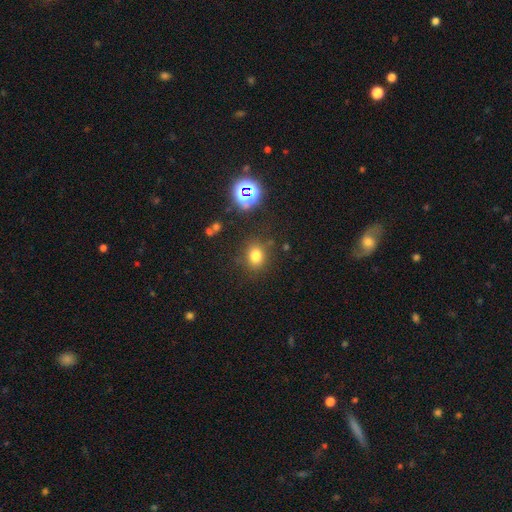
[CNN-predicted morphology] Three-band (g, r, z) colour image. It shows a smooth galaxy with no disk features (75%) that is round (60%). Merging: none (81%).